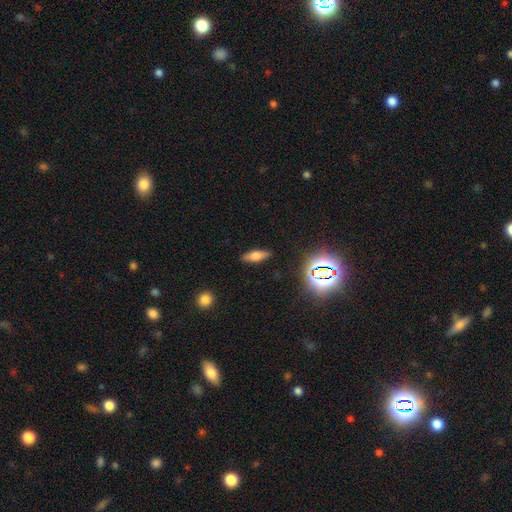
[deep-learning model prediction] Smooth or featured? smooth (63%)
How rounded? in between (57%)
Merging? none (87%)